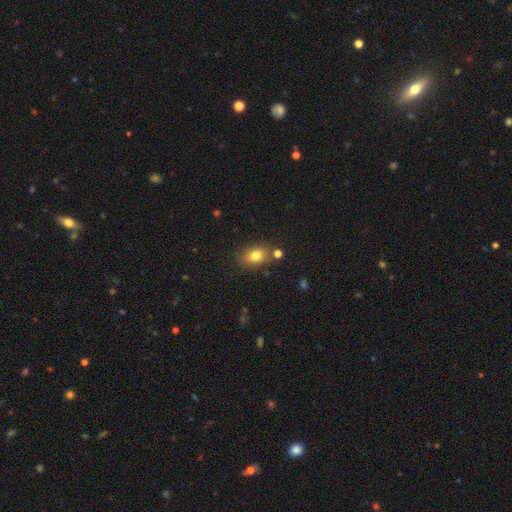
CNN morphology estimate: Smooth or featured? Predicted: smooth (p=0.79). How rounded? Predicted: in between (p=0.74). Merging? Predicted: none (p=0.76).